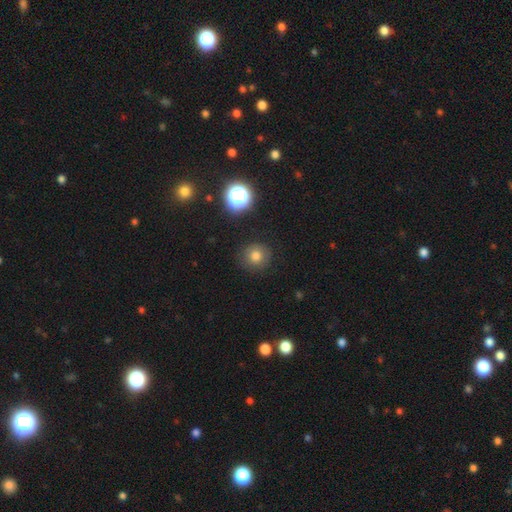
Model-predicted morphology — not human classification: smooth 76%, star or artifact 15%, featured or disk 9%. Down the decision tree: how rounded — round (92%); merging — none (88%).